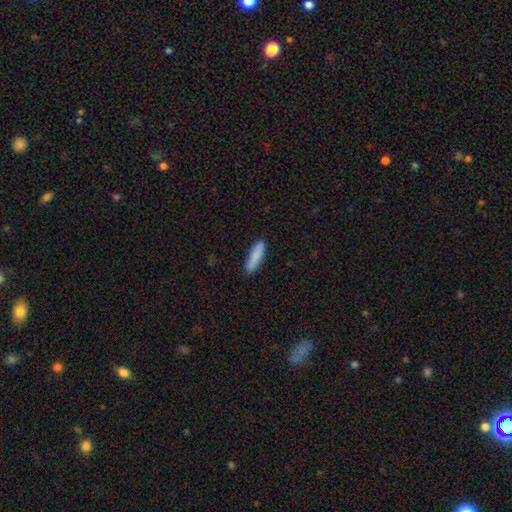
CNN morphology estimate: A smooth galaxy with no disk features (86%) that is cigar-shaped (70%).

Vote fractions:
- Smooth or featured? smooth: 86% / featured or disk: 8% / star or artifact: 6%
- How rounded? cigar-shaped: 70% / in between: 29% / round: 2%
- Merging? none: 82% / minor disturbance: 14% / major disturbance: 2% / merger: 2%